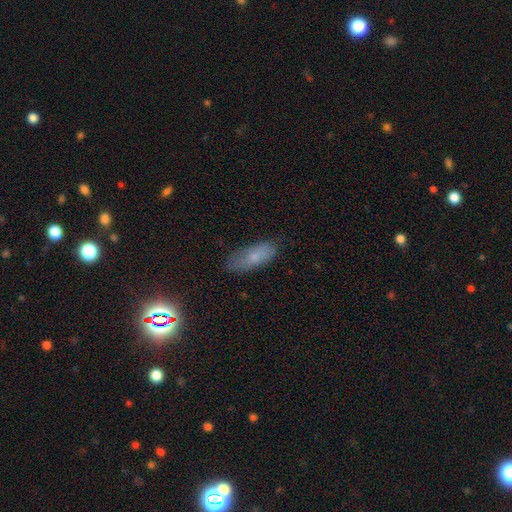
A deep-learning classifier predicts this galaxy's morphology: Overall: smooth (71%). How rounded: in between (72%). Merging: none (72%).